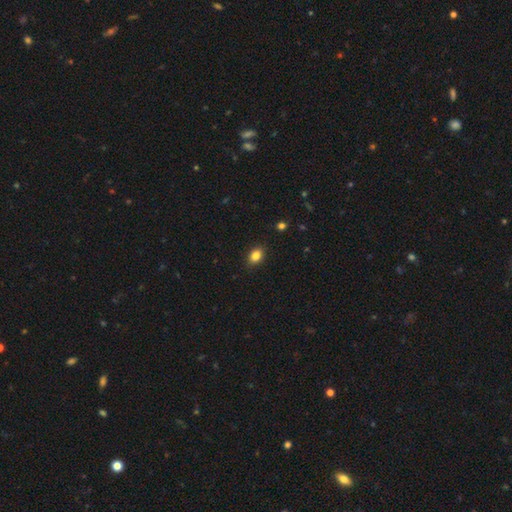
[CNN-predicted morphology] A smooth galaxy with no disk features (85%) that is in between round and cigar-shaped (71%).

Vote fractions:
- Smooth or featured? smooth: 85% / star or artifact: 10% / featured or disk: 5%
- How rounded? in between: 71% / round: 28% / cigar-shaped: 1%
- Merging? none: 87% / minor disturbance: 10% / major disturbance: 2% / merger: 1%